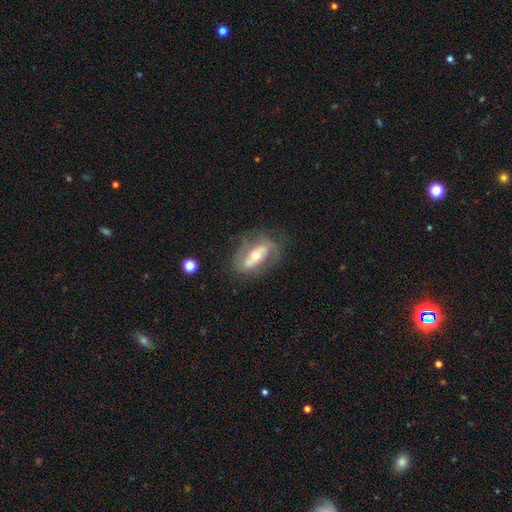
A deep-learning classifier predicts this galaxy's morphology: This appears to be a featured or disk galaxy (72%) with a strong bar (42%), spiral arms (66%) and a moderate central bulge (65%). Merging: none (64%).